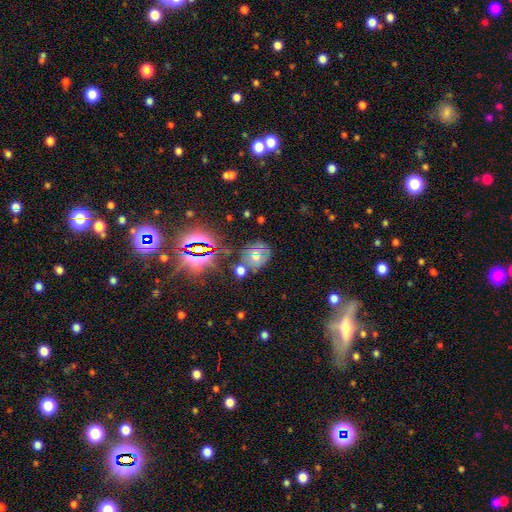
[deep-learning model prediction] A smooth galaxy with no disk features (41%). Merging: none (58%).